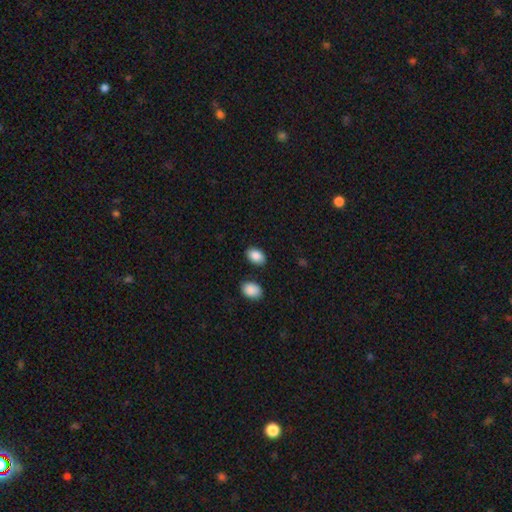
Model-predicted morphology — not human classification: This appears to be a smooth galaxy with no disk features (89%) that is in between round and cigar-shaped (85%). Merging: none (83%).